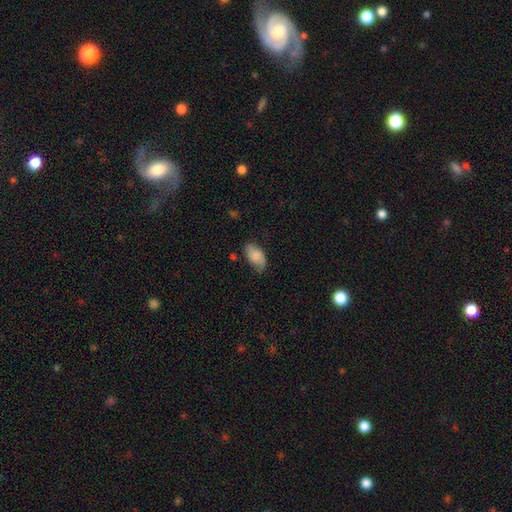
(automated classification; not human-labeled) Overall: smooth (73%). How rounded: in between (93%). Merging: none (61%; minor disturbance 29%).